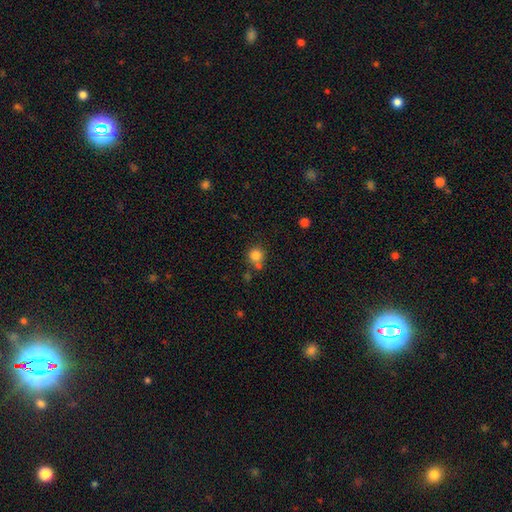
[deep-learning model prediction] Smooth or featured? Predicted: smooth (p=0.82). How rounded? Predicted: round (p=0.92). Merging? Predicted: none (p=0.65).